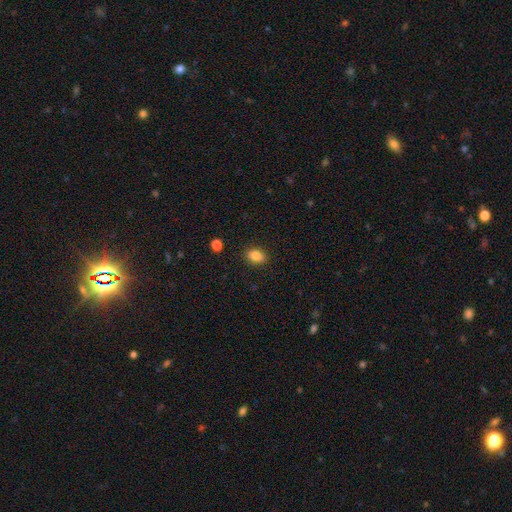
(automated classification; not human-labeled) smooth-or-featured: smooth: 85% | star or artifact: 9% | featured or disk: 6%
  how-rounded: in between: 71% | round: 28% | cigar-shaped: 1%
  merging: none: 88% | minor disturbance: 8% | major disturbance: 2% | merger: 1%